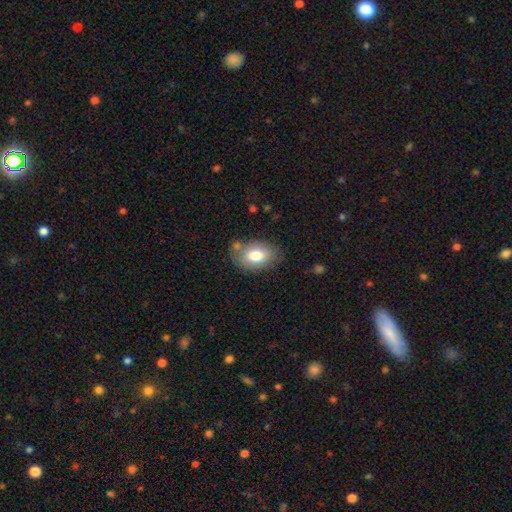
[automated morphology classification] Smooth or featured? Predicted: smooth (p=0.78). How rounded? Predicted: in between (p=0.85). Merging? Predicted: none (p=0.74).